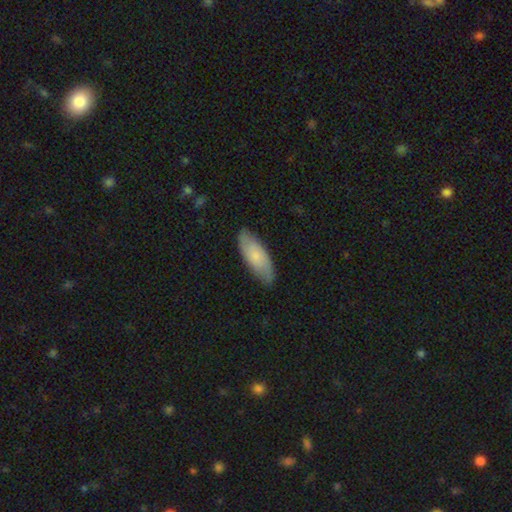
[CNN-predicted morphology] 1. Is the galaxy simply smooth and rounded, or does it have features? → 66% smooth, 29% featured or disk, 5% star or artifact.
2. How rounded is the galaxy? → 72% in between, 26% cigar-shaped, 2% round.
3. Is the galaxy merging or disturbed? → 81% none, 15% minor disturbance, 3% major disturbance, 1% merger.